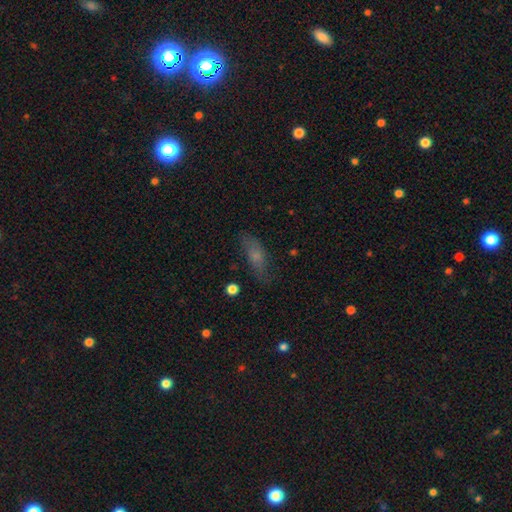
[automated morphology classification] Smooth or featured? smooth (61%)
How rounded? in between (66%)
Merging? none (69%)